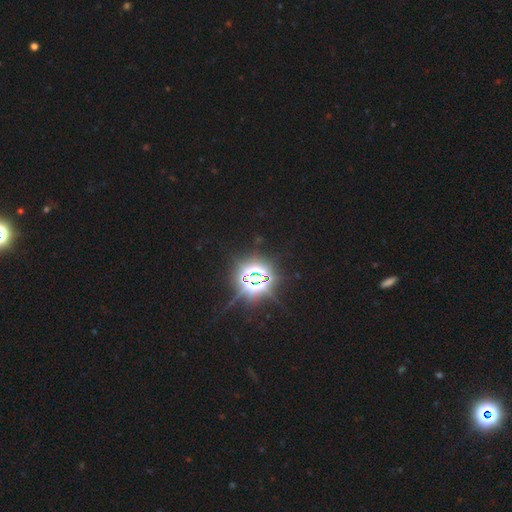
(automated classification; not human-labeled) This is clearly a star or artifact rather than a galaxy (84%).